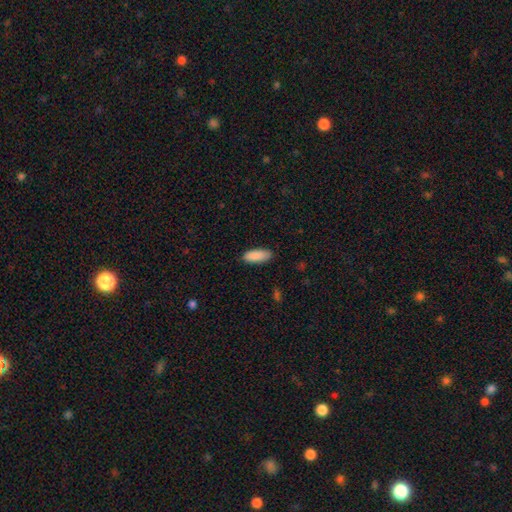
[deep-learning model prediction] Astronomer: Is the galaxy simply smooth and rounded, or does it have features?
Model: smooth — 90%.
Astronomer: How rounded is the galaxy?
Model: in between — 79%.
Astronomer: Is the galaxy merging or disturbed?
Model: none — 86%.